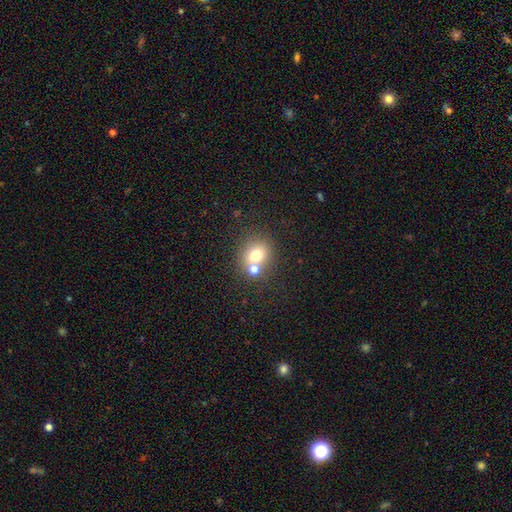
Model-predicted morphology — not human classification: Smooth or featured? smooth (71%)
How rounded? round (75%)
Merging? none (53%)